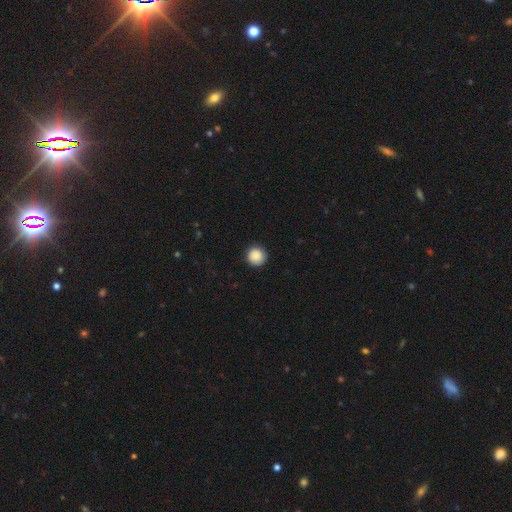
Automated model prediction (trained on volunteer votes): smooth-or-featured: smooth: 89% | star or artifact: 8% | featured or disk: 3%
  how-rounded: round: 96% | in between: 3% | cigar-shaped: 1%
  merging: none: 92% | minor disturbance: 6% | major disturbance: 2% | merger: 1%